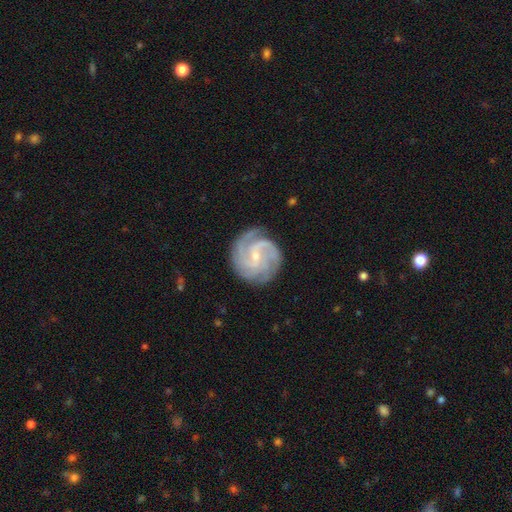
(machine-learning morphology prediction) Smooth or featured? Predicted: featured or disk (p=0.89). Edge-on disk? Predicted: no (p=0.98). Bar? Predicted: weak (p=0.46). Spiral arms? Predicted: yes (p=0.98). Spiral winding? Predicted: tight (p=0.52). Spiral arm count? Predicted: 3 (p=0.39). Bulge size? Predicted: small (p=0.76). Merging? Predicted: none (p=0.78).